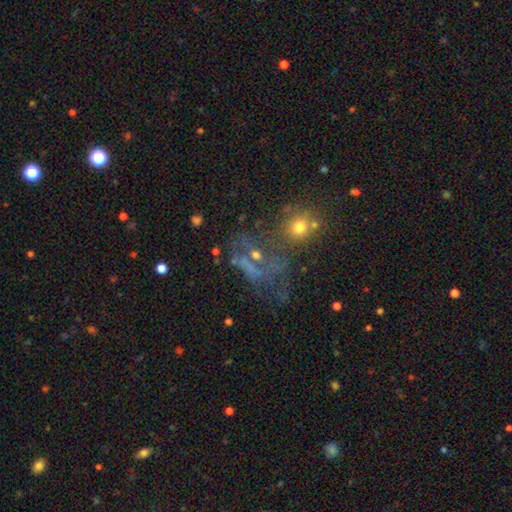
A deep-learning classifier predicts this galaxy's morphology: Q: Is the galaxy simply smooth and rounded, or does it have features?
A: featured or disk — 37%.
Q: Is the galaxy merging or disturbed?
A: none — 34%.